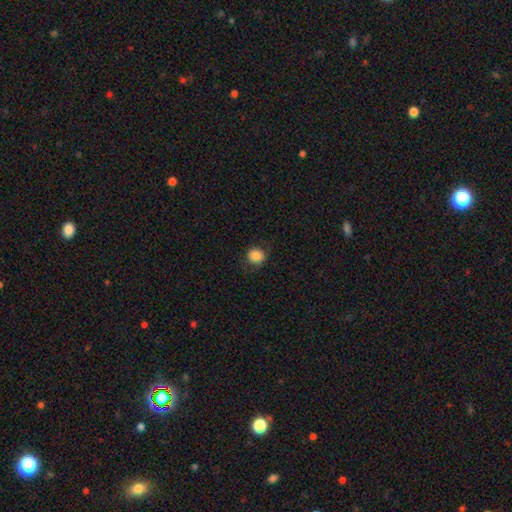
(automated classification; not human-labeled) Smooth or featured? smooth (85%)
How rounded? round (85%)
Merging? none (80%)